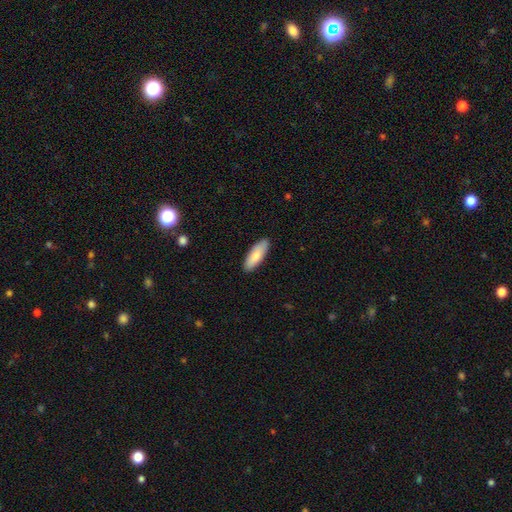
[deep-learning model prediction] Smooth or featured? Predicted: smooth (p=0.80). How rounded? Predicted: in between (p=0.61). Merging? Predicted: none (p=0.89).